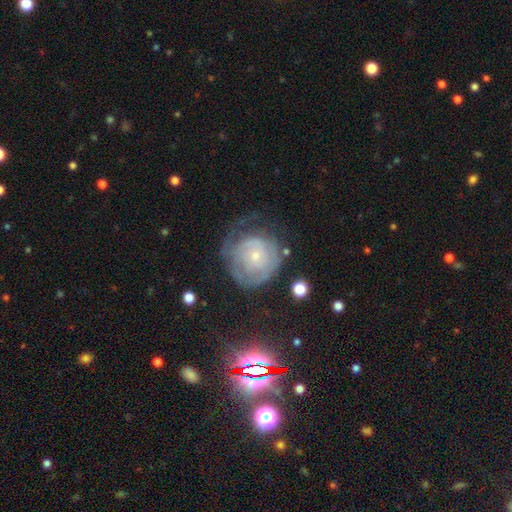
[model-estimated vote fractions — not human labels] Morphology: type=featured or disk (63%); edge-on=no (97%); bar=no (81%); spiral arms=yes (72%); bulge=small (73%); merging=none (45%).